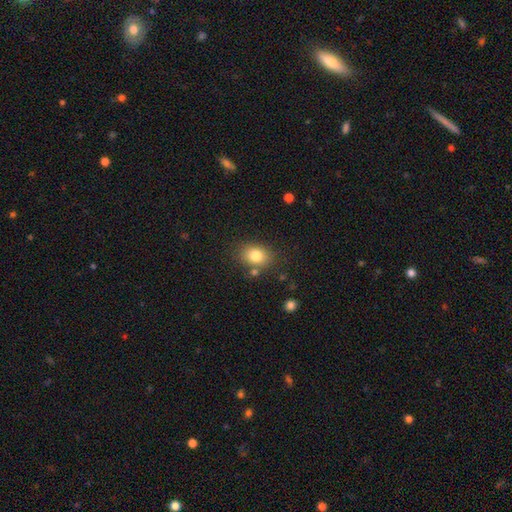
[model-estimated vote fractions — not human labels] A smooth galaxy with no disk features (82%) that is in between round and cigar-shaped (65%).

Vote fractions:
- Smooth or featured? smooth: 82% / star or artifact: 10% / featured or disk: 9%
- How rounded? in between: 65% / round: 34% / cigar-shaped: 1%
- Merging? none: 77% / minor disturbance: 13% / merger: 6% / major disturbance: 4%